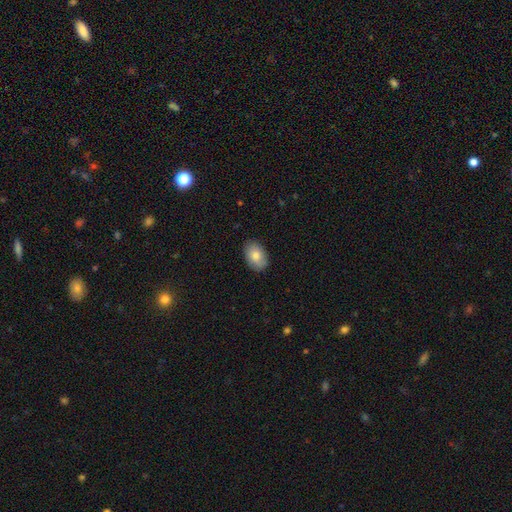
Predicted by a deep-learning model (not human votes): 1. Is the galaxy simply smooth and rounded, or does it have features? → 82% smooth, 11% featured or disk, 7% star or artifact.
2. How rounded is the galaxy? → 88% in between, 11% round, 1% cigar-shaped.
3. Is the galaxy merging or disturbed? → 87% none, 10% minor disturbance, 2% major disturbance, 1% merger.